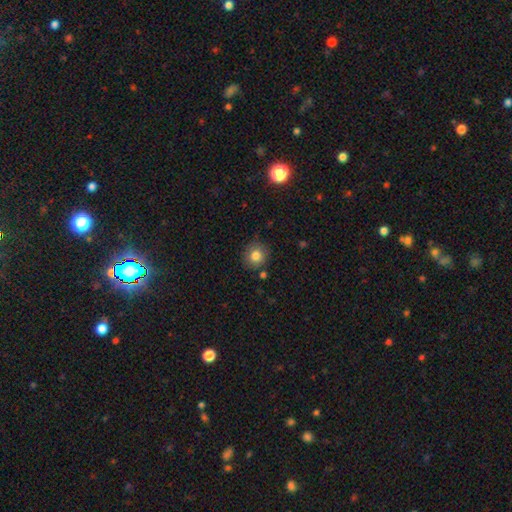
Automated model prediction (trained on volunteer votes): This appears to be a smooth galaxy with no disk features (81%) that is round (88%). Merging: none (83%).